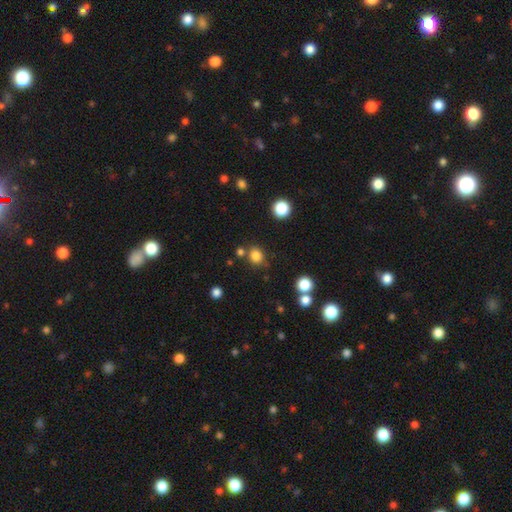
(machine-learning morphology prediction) Smooth or featured: smooth — 81% (star or artifact — 14%)
How rounded: round — 78% (in between — 21%)
Merging: none — 76% (minor disturbance — 10%)